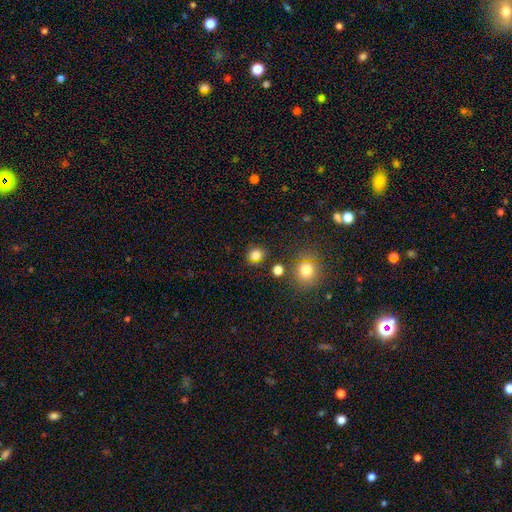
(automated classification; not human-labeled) Smooth or featured: smooth — 80% (star or artifact — 15%)
How rounded: round — 79% (in between — 20%)
Merging: none — 81% (minor disturbance — 10%)